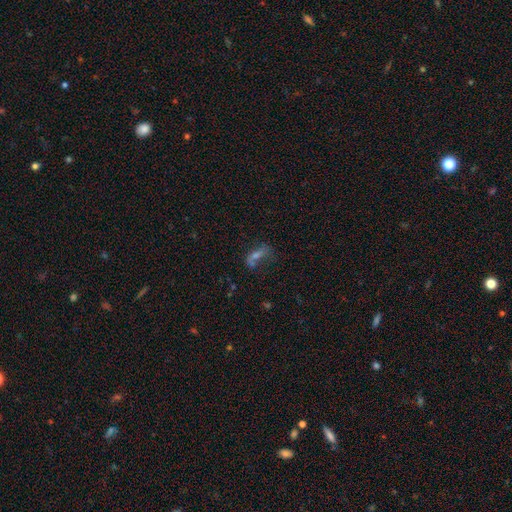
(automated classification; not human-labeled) smooth_or_featured: smooth (p=0.40) [alt: featured or disk p=0.35]
merging: none (p=0.43) [alt: major disturbance p=0.22]